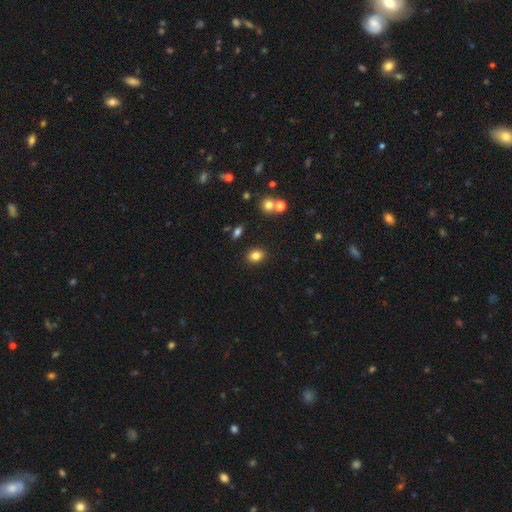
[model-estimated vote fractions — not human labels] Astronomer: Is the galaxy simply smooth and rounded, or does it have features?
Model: smooth — 83%.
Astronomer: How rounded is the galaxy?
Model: in between — 63%.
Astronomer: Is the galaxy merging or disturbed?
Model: none — 87%.